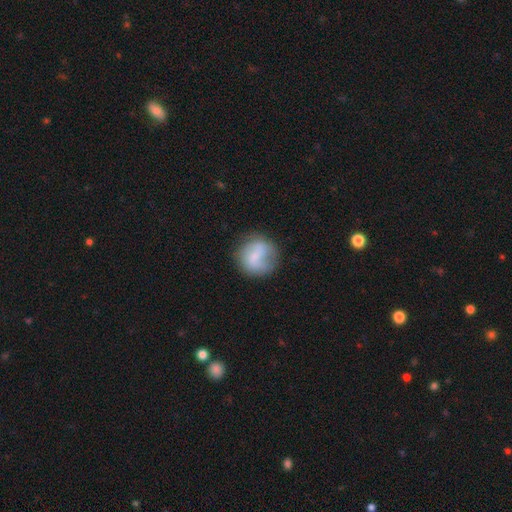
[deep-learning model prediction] smooth_or_featured: smooth (p=0.63) [alt: featured or disk p=0.29]
how_rounded: round (p=0.88) [alt: in between p=0.11]
merging: none (p=0.66) [alt: minor disturbance p=0.20]